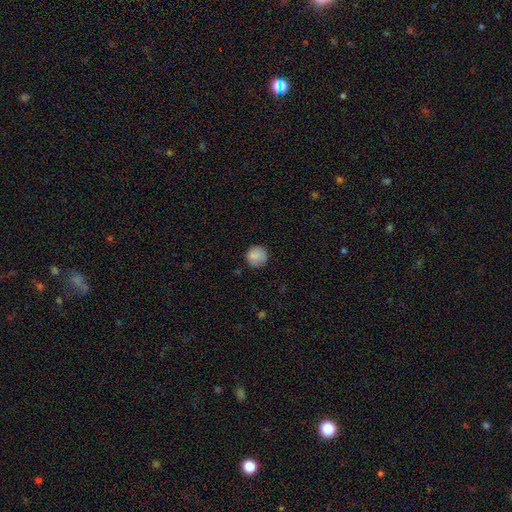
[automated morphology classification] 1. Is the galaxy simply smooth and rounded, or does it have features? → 86% smooth, 9% star or artifact, 5% featured or disk.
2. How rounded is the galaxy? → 93% round, 6% in between, 1% cigar-shaped.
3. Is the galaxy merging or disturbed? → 83% none, 13% minor disturbance, 3% major disturbance, 1% merger.